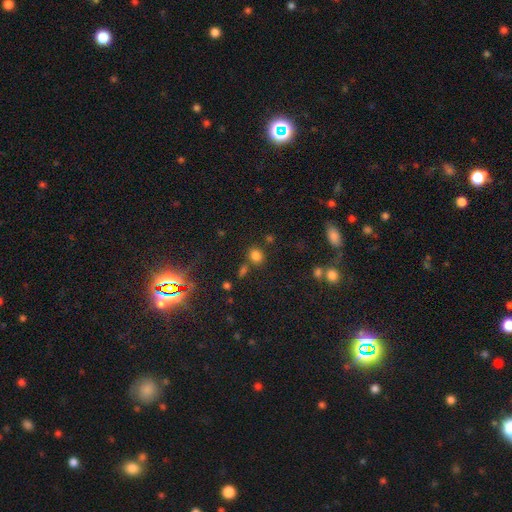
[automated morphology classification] smooth-or-featured: smooth: 77% | star or artifact: 17% | featured or disk: 6%
  how-rounded: round: 71% | in between: 27% | cigar-shaped: 1%
  merging: none: 73% | merger: 13% | minor disturbance: 10% | major disturbance: 4%